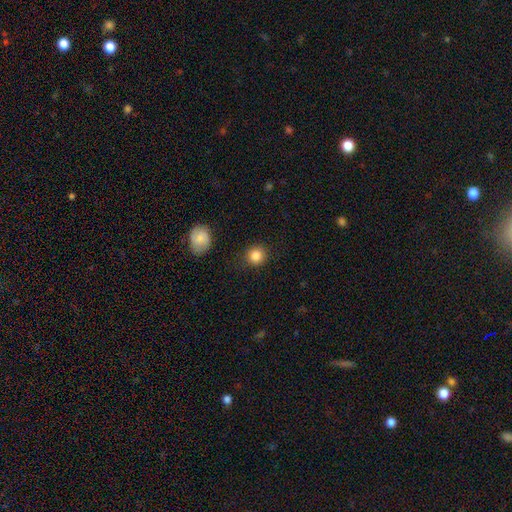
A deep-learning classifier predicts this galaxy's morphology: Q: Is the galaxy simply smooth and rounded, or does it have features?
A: smooth — 85%.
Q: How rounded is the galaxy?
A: round — 90%.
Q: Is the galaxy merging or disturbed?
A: none — 87%.